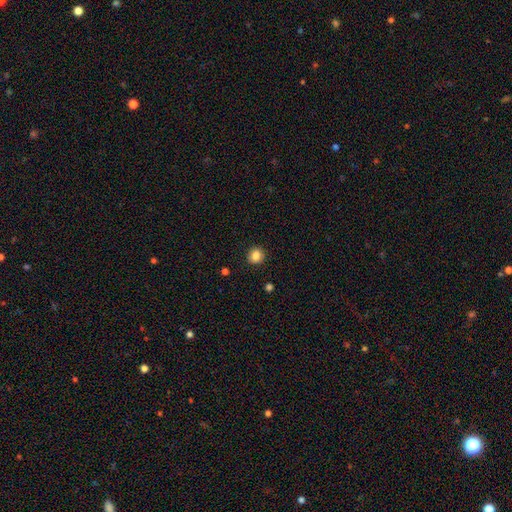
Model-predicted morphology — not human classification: A smooth galaxy with no disk features (85%) that is round (83%). Merging: none (90%).